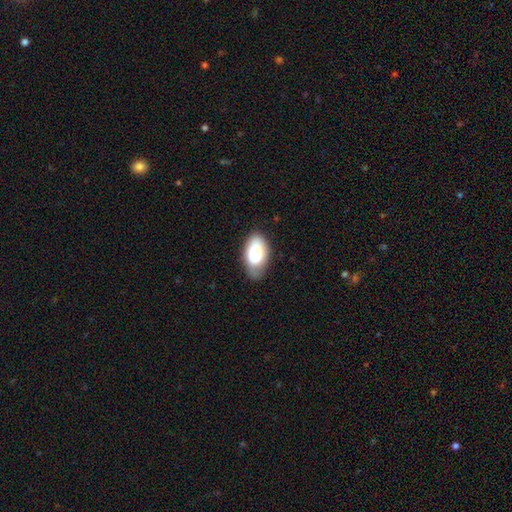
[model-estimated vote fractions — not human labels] smooth_or_featured: smooth (p=0.78) [alt: featured or disk p=0.15]
how_rounded: in between (p=0.94) [alt: round p=0.05]
merging: none (p=0.65) [alt: minor disturbance p=0.27]